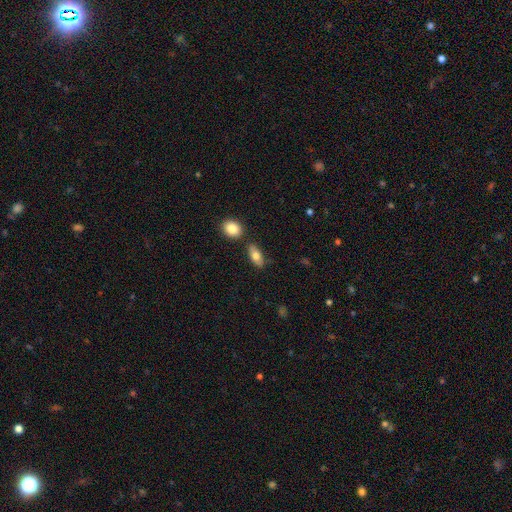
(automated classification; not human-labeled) Smooth or featured: smooth — 76% (featured or disk — 17%)
How rounded: in between — 84% (cigar-shaped — 11%)
Merging: none — 72% (minor disturbance — 14%)